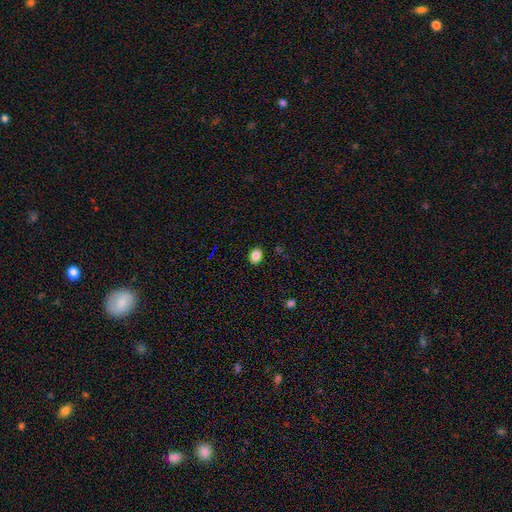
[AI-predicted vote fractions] This is clearly a smooth galaxy (86%). How rounded: likely in between (62%). Merging: clearly none (89%).